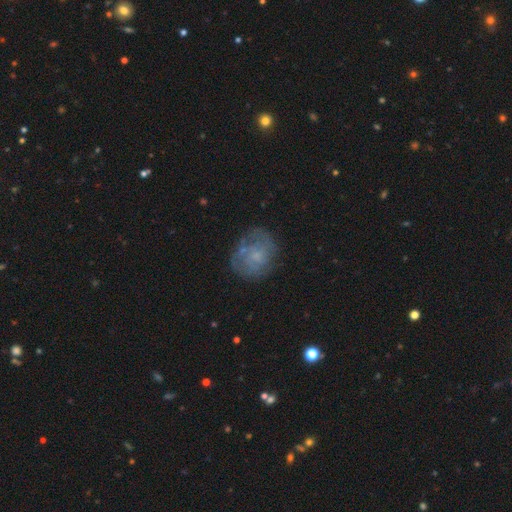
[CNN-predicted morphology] smooth-or-featured: featured or disk: 55% | smooth: 35% | star or artifact: 10%
  disk-edge-on: no: 97% | yes: 3%
    bar: no: 81% | weak: 16% | strong: 2%
    has-spiral-arms: yes: 56% | no: 44%
    bulge-size: small: 42% | none: 29% | moderate: 24% | large: 3% | dominant: 1%
  merging: none: 67% | minor disturbance: 20% | major disturbance: 11% | merger: 3%